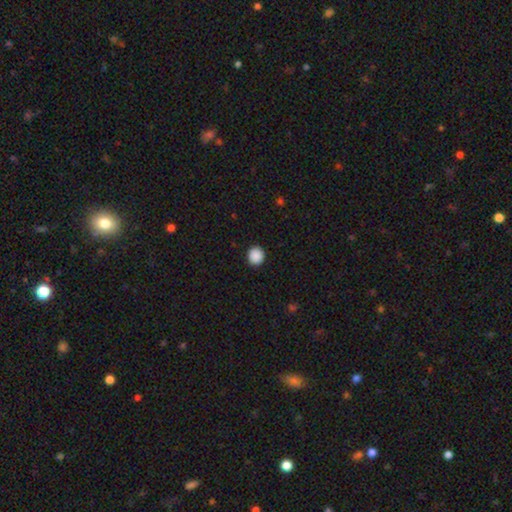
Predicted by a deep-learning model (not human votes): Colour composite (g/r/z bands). It shows a smooth galaxy with no disk features (90%) that is round (86%). Merging: none (92%).